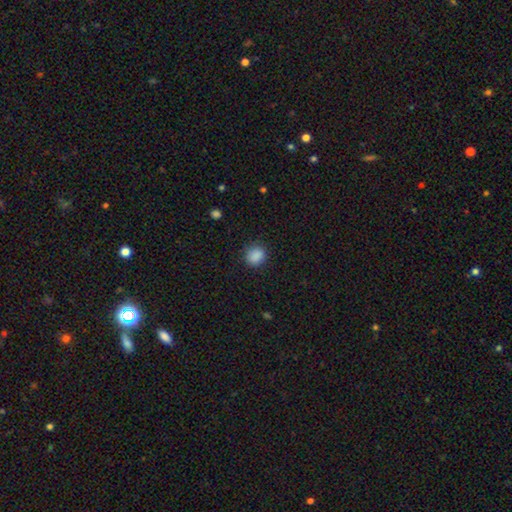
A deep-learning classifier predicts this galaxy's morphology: Smooth or featured: smooth — 88% (star or artifact — 9%)
How rounded: round — 68% (in between — 31%)
Merging: none — 84% (minor disturbance — 11%)